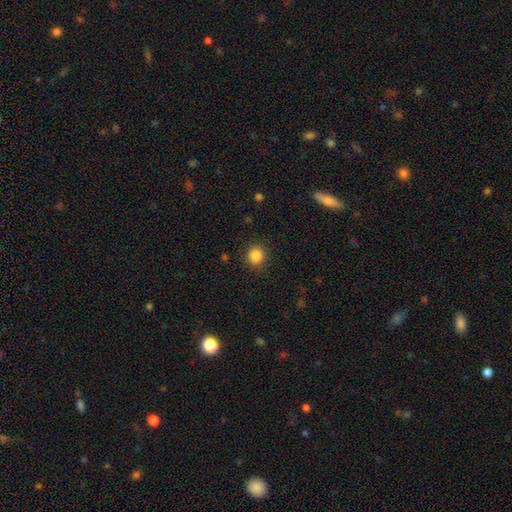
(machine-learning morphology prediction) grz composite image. It shows a smooth galaxy with no disk features (86%) that is round (88%). Merging: none (89%).